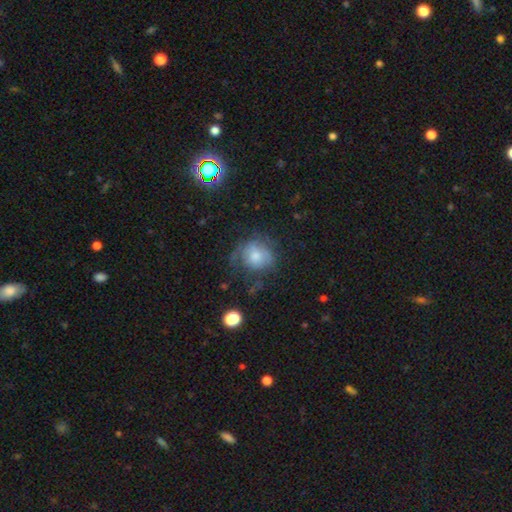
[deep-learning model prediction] Morphology: type=smooth (57%); roundness=round (74%); merging=none (43%).